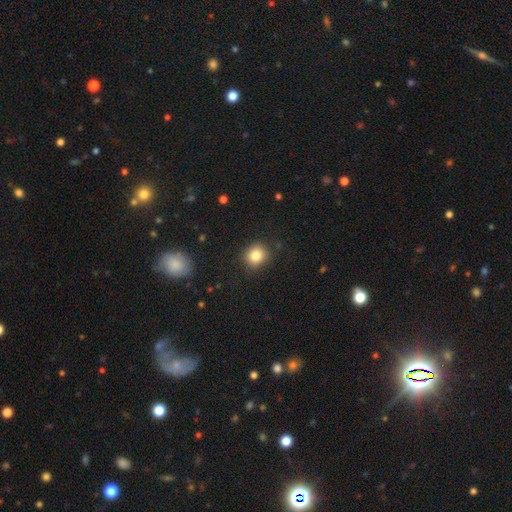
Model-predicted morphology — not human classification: Smooth or featured? smooth (82%)
How rounded? round (79%)
Merging? none (86%)